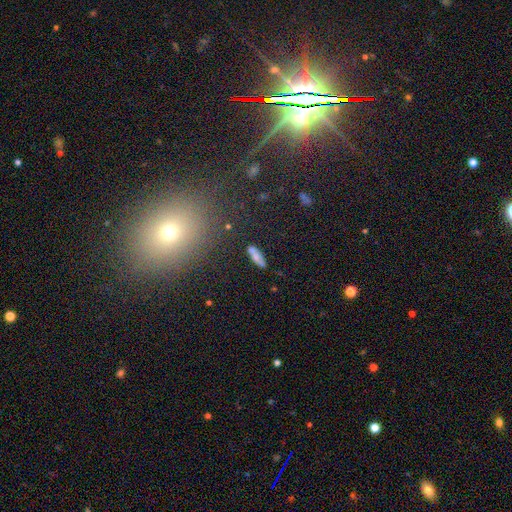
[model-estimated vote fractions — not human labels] The model was most divided on "how rounded": in between: 54%, cigar-shaped: 42%, round: 4%. More confident: smooth or featured — smooth (71%); merging — none (69%).